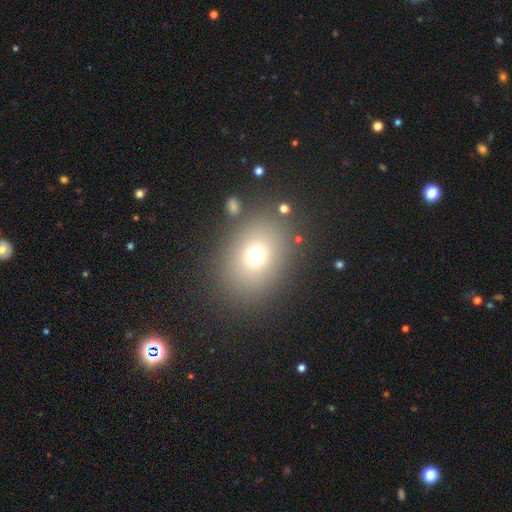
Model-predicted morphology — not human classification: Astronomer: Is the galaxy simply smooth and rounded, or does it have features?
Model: smooth — 71%.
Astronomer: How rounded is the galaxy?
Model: in between — 59% (runner-up: round, 40%).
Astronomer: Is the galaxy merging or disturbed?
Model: none — 82%.